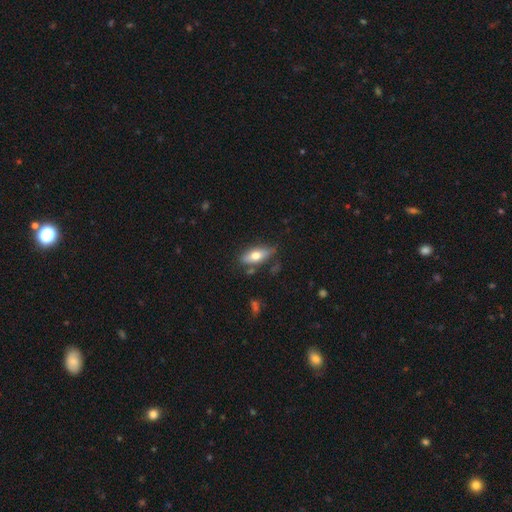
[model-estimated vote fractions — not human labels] smooth-or-featured: smooth: 62% | featured or disk: 31% | star or artifact: 7%
  how-rounded: in between: 70% | cigar-shaped: 26% | round: 3%
  merging: none: 70% | minor disturbance: 19% | merger: 5% | major disturbance: 5%